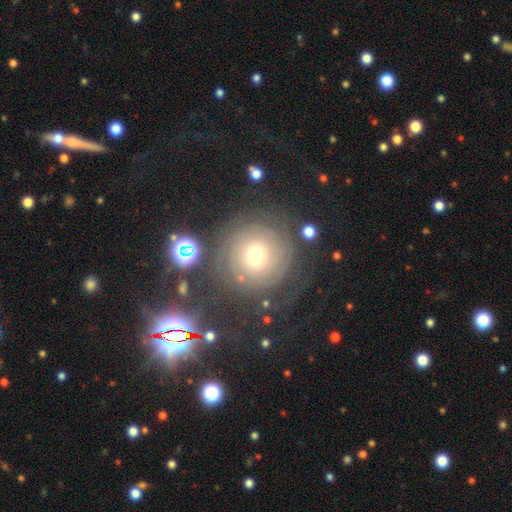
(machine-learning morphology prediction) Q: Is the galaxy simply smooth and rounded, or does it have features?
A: featured or disk — 51%.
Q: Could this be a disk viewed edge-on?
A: no — 95%.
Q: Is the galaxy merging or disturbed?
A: none — 77%.